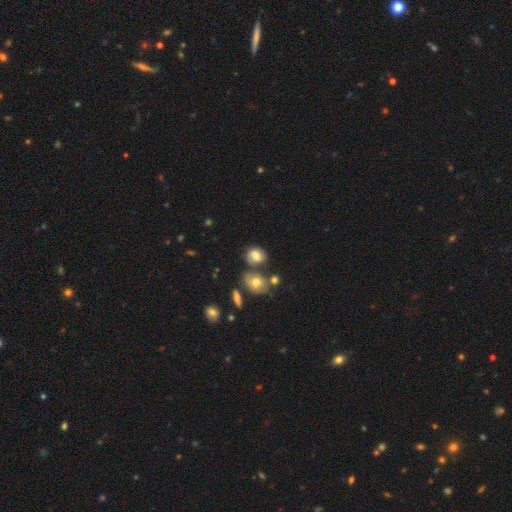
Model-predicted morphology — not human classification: type=smooth (65%); roundness=in between (56%); merging=none (54%).